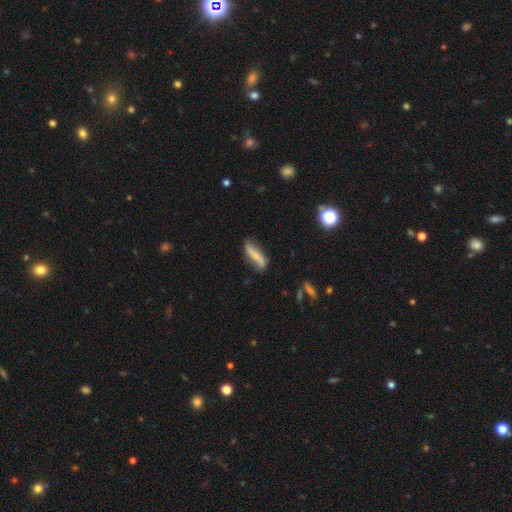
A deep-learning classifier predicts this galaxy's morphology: type=smooth (53%); roundness=cigar-shaped (65%); merging=none (62%).